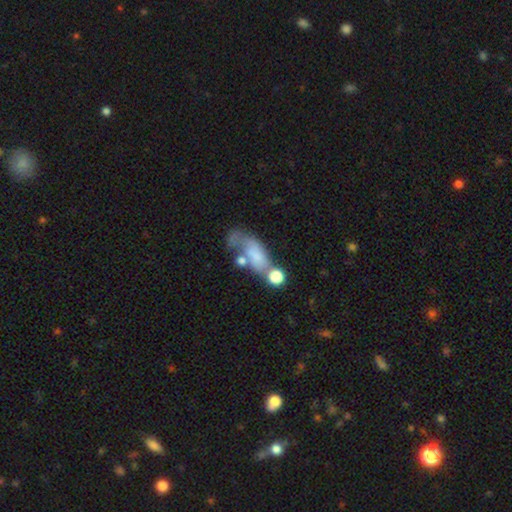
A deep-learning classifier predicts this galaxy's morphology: Smooth or featured: smooth — 52% (featured or disk — 37%)
How rounded: in between — 76% (cigar-shaped — 14%)
Merging: merger — 34% (major disturbance — 30%)